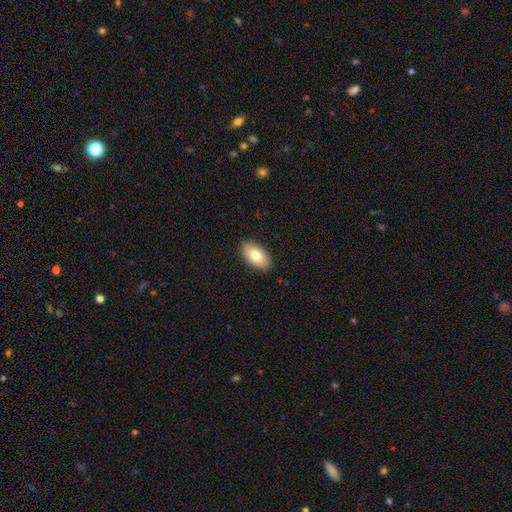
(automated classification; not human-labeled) smooth_or_featured: smooth (p=0.77) [alt: featured or disk p=0.16]
how_rounded: in between (p=0.94) [alt: round p=0.03]
merging: none (p=0.89) [alt: minor disturbance p=0.08]